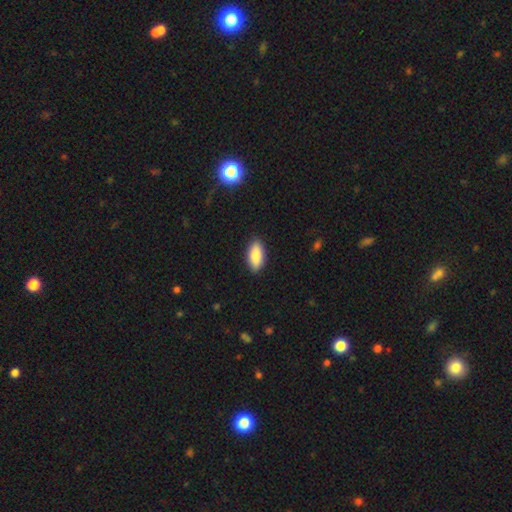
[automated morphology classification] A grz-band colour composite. It shows a smooth galaxy with no disk features (85%) that is in between round and cigar-shaped (89%). Merging: none (89%).